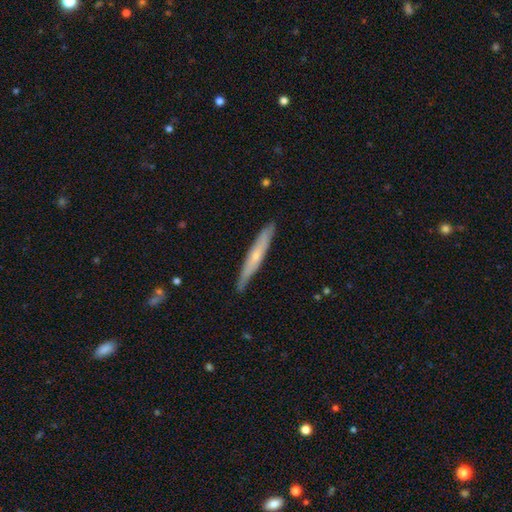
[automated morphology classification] This appears to be a featured or disk galaxy (53%) viewed edge-on (90%). Merging: none (86%).